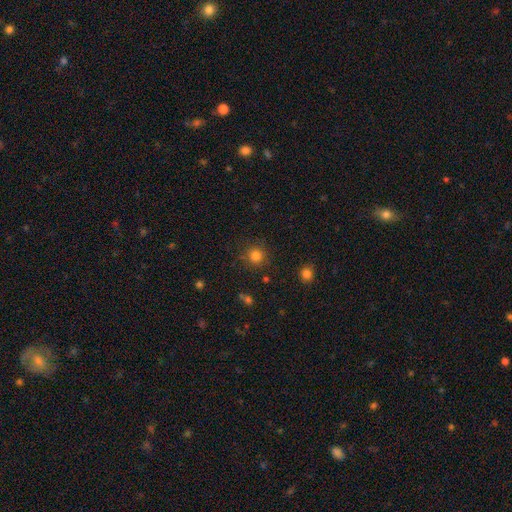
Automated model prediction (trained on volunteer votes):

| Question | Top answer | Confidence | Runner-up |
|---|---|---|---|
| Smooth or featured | smooth | 81% | star or artifact (14%) |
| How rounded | round | 94% | in between (5%) |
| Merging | none | 86% | minor disturbance (9%) |